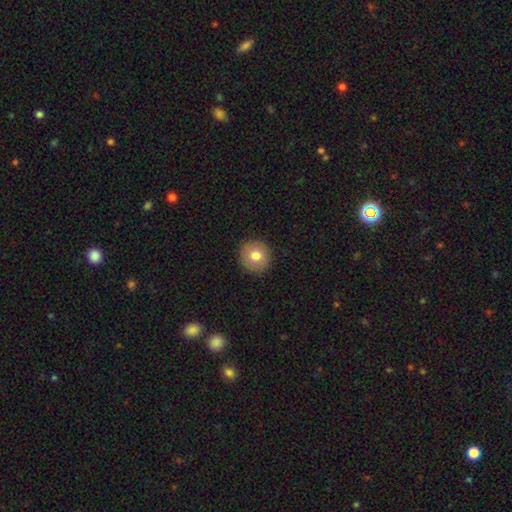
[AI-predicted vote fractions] Smooth or featured? Predicted: smooth (p=0.78). How rounded? Predicted: round (p=0.93). Merging? Predicted: none (p=0.90).